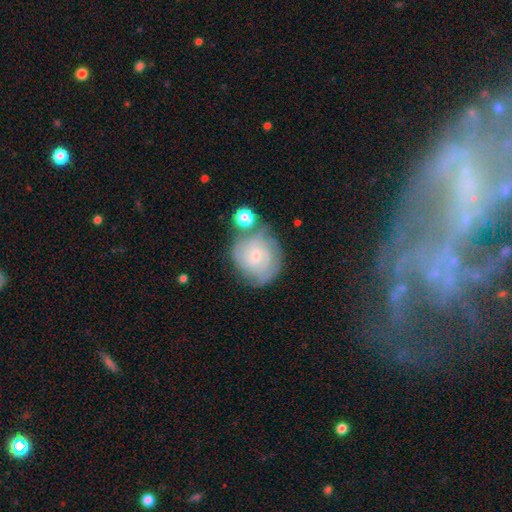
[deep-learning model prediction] Overall: featured or disk (72%). Edge-on disk: no (98%). Bar: no (74%). Spiral arms: yes (90%). Spiral arm count: can't tell (40%; 2 24%). Spiral winding: tight (73%). Bulge size: small (74%). Merging: none (63%).